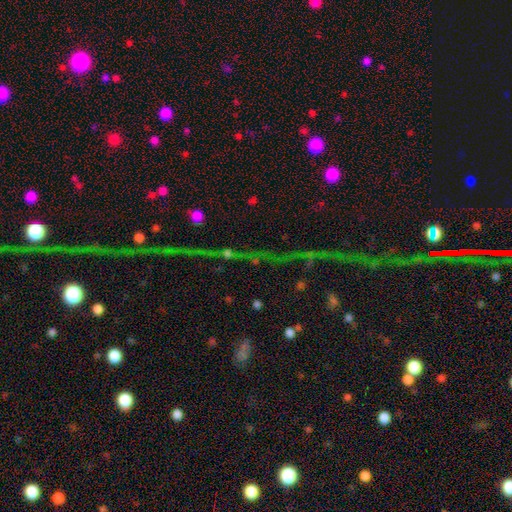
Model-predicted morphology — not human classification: Q: Smooth or featured?
A: star or artifact (72%); runner-up: smooth (14%)